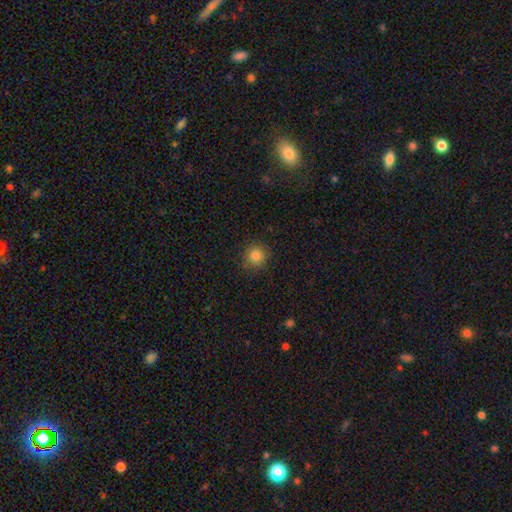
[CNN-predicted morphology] A smooth galaxy with no disk features (83%) that is round (92%).

Vote fractions:
- Smooth or featured? smooth: 83% / star or artifact: 12% / featured or disk: 5%
- How rounded? round: 92% / in between: 7% / cigar-shaped: 1%
- Merging? none: 88% / minor disturbance: 8% / major disturbance: 2% / merger: 1%